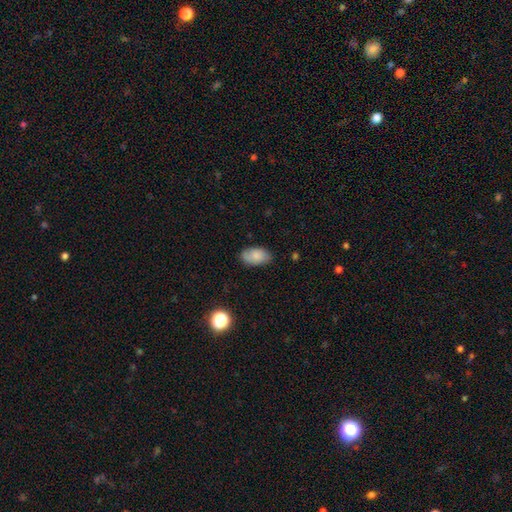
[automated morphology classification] A smooth galaxy with no disk features (78%) that is in between round and cigar-shaped (92%). Merging: none (78%).